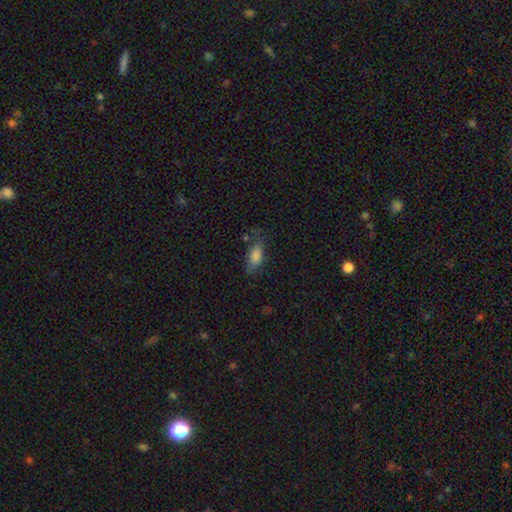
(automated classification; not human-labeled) smooth_or_featured: smooth (p=0.74) [alt: featured or disk p=0.16]
how_rounded: in between (p=0.81) [alt: cigar-shaped p=0.15]
merging: none (p=0.57) [alt: minor disturbance p=0.27]